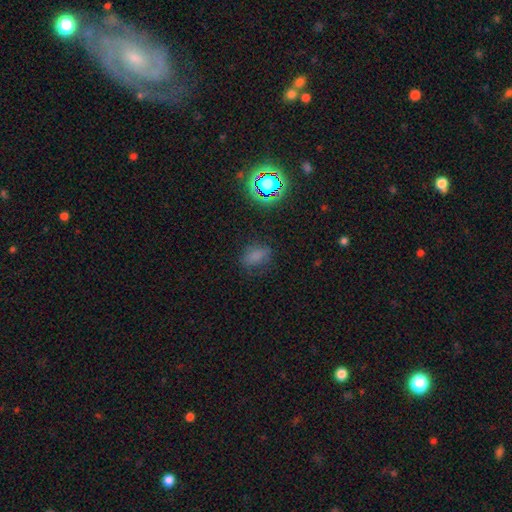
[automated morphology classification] smooth-or-featured: smooth: 68% | star or artifact: 23% | featured or disk: 9%
  how-rounded: in between: 80% | round: 16% | cigar-shaped: 4%
  merging: none: 69% | minor disturbance: 20% | major disturbance: 9% | merger: 2%